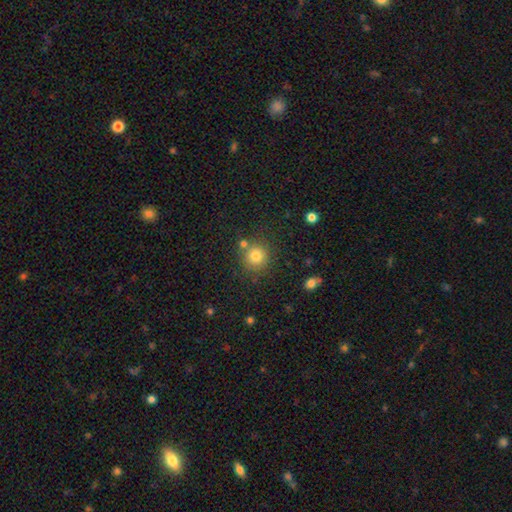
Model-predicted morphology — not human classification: A smooth galaxy with no disk features (79%) that is round (93%).

Vote fractions:
- Smooth or featured? smooth: 79% / star or artifact: 13% / featured or disk: 8%
- How rounded? round: 93% / in between: 6% / cigar-shaped: 1%
- Merging? none: 77% / merger: 11% / minor disturbance: 9% / major disturbance: 3%